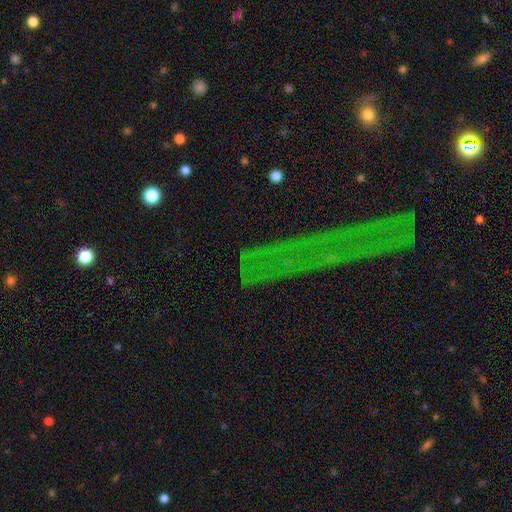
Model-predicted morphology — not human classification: smooth_or_featured: star or artifact (p=0.64) [alt: smooth p=0.18]